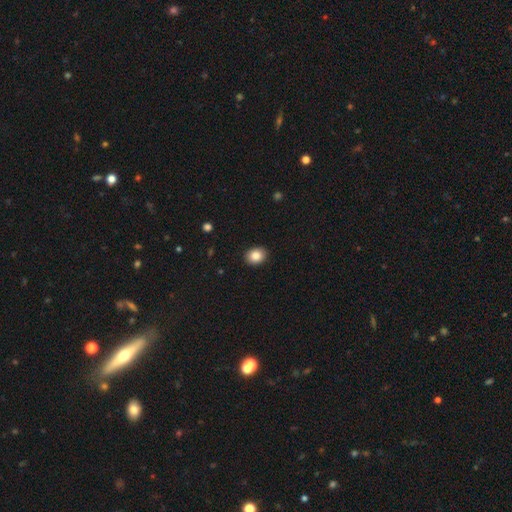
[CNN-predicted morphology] A smooth galaxy with no disk features (86%) that is in between round and cigar-shaped (53%).

Vote fractions:
- Smooth or featured? smooth: 86% / star or artifact: 9% / featured or disk: 5%
- How rounded? in between: 53% / round: 47% / cigar-shaped: 1%
- Merging? none: 91% / minor disturbance: 6% / major disturbance: 2% / merger: 1%